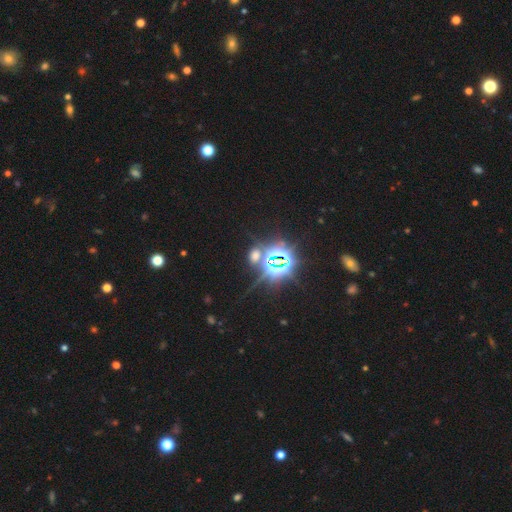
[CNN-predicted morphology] Smooth or featured?
  - star or artifact: 64% *
  - smooth: 27%
  - featured or disk: 9%